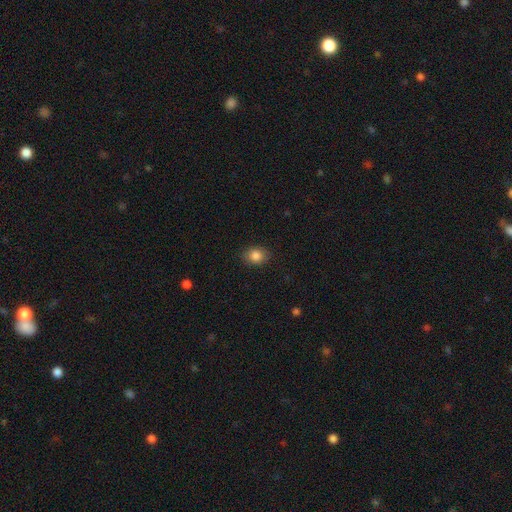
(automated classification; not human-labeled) The model was most divided on "how rounded": in between: 59%, round: 40%, cigar-shaped: 1%. More confident: merging — none (87%); smooth or featured — smooth (85%).